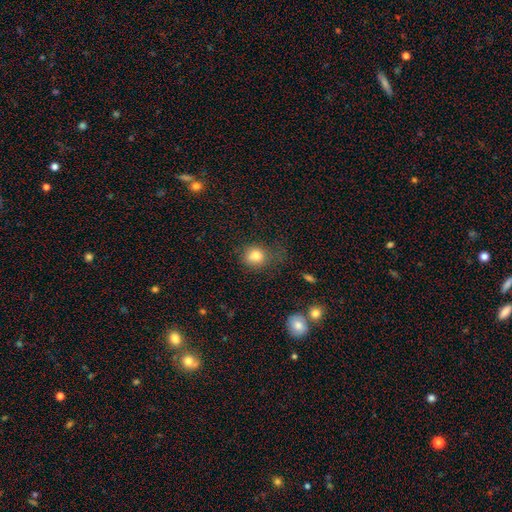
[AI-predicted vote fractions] This appears to be a smooth galaxy with no disk features (81%) that is round (76%). Merging: none (65%).